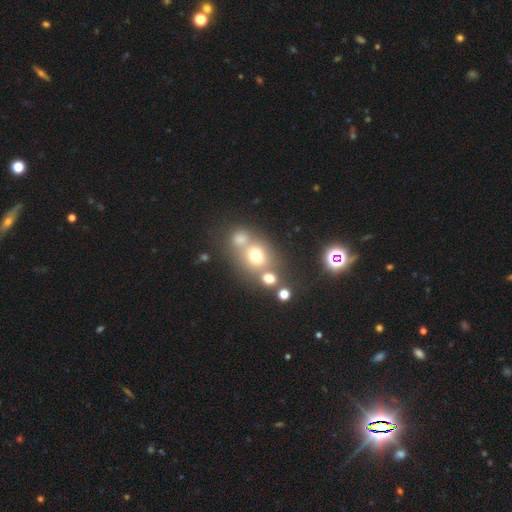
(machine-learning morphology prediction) Overall: smooth (67%). How rounded: round (69%; in between 30%). Merging: none (48%; merger 37%).